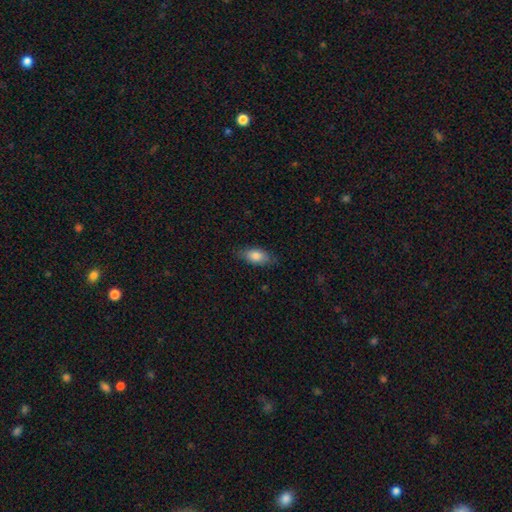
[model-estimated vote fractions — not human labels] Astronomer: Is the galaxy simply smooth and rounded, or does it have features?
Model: smooth — 82%.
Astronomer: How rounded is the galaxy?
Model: in between — 88%.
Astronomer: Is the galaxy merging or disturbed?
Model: none — 80%.